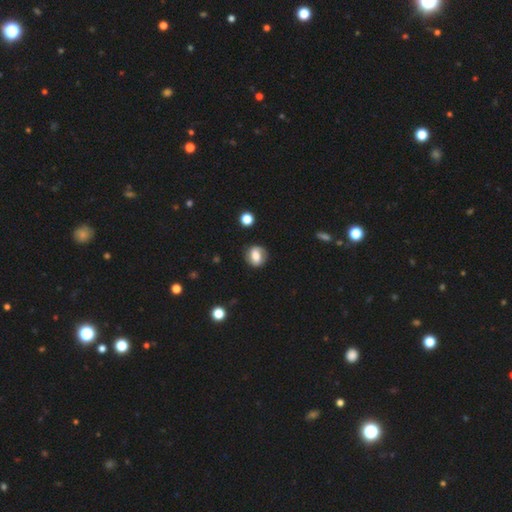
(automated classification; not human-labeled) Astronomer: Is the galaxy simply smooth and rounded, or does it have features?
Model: smooth — 61%.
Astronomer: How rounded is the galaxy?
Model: round — 60% (runner-up: in between, 39%).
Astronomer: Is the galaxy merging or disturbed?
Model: none — 81%.